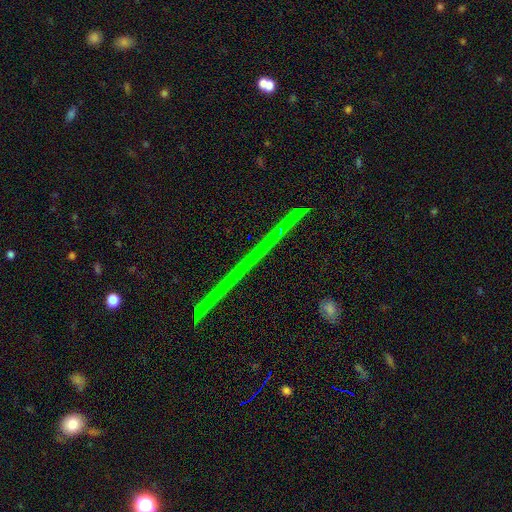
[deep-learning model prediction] smooth-or-featured: featured or disk: 59% | star or artifact: 24% | smooth: 17%
  disk-edge-on: yes: 97% | no: 3%
    edge-on-bulge: none: 88% | rounded: 8% | boxy: 4%
  merging: none: 93% | minor disturbance: 4% | merger: 2% | major disturbance: 2%